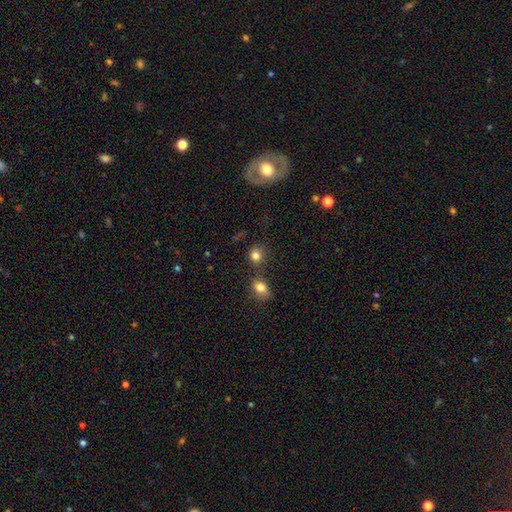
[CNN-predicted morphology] Smooth or featured? smooth (81%)
How rounded? round (81%)
Merging? none (68%)